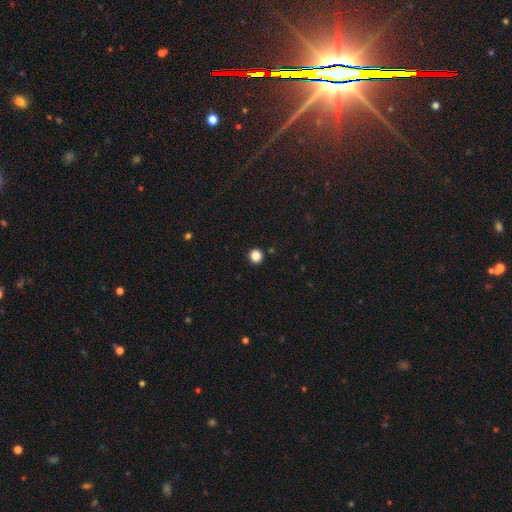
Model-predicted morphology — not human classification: smooth-or-featured: smooth: 86% | star or artifact: 11% | featured or disk: 3%
  how-rounded: round: 93% | in between: 6% | cigar-shaped: 1%
  merging: none: 92% | minor disturbance: 5% | major disturbance: 2% | merger: 1%